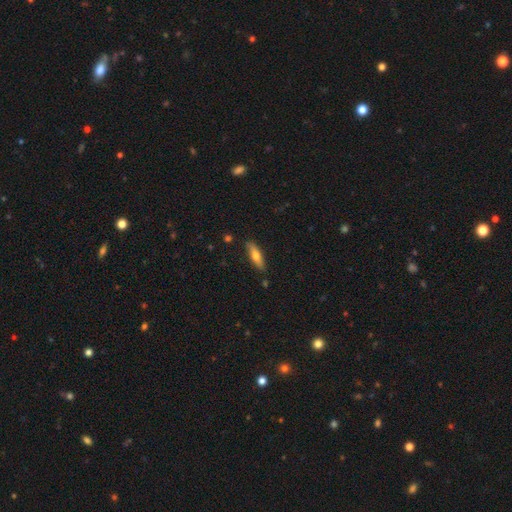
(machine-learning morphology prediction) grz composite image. It shows a smooth galaxy with no disk features (61%) that is cigar-shaped (62%). Merging: none (85%).